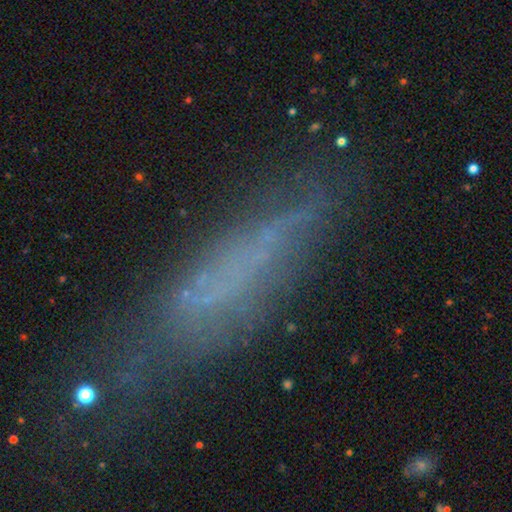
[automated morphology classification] This is marginally a featured or disk galaxy (42%). Merging: possibly none (50%).